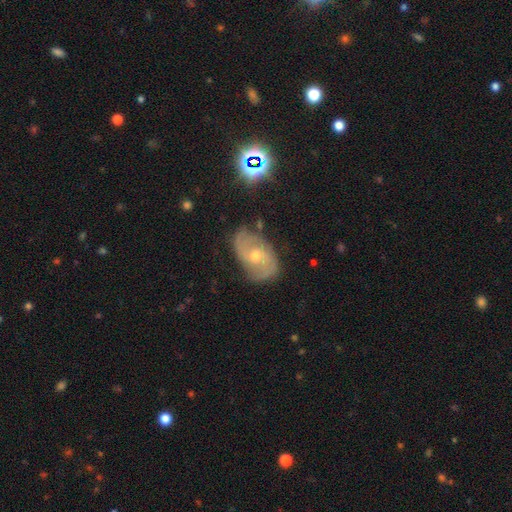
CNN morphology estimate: Smooth or featured? featured or disk (74%)
Edge-on disk? no (95%)
Bar? no (63%)
Spiral arms? yes (90%)
Spiral winding? medium (44%)
Spiral arm count? 2 (73%)
Bulge size? moderate (50%)
Merging? none (72%)